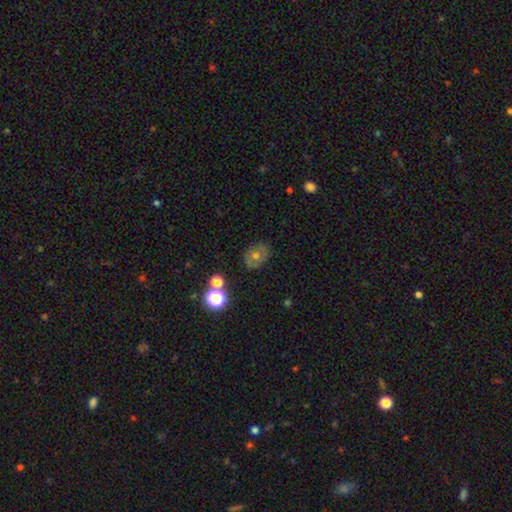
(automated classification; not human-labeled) The model was most divided on "how rounded": round: 52%, in between: 47%, cigar-shaped: 1%. More confident: merging — none (79%); smooth or featured — smooth (52%).